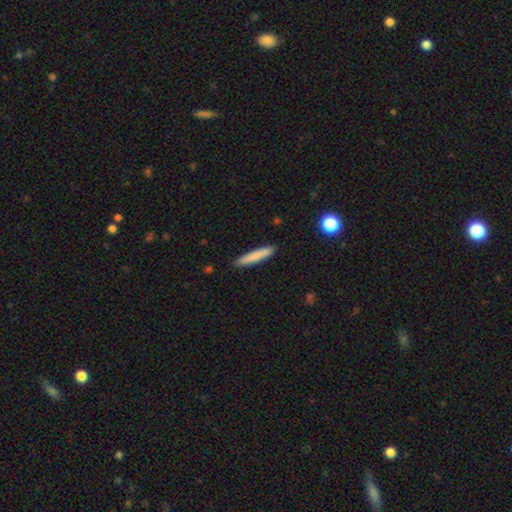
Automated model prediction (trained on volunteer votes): A smooth galaxy with no disk features (79%) that is cigar-shaped (93%). Merging: none (89%).